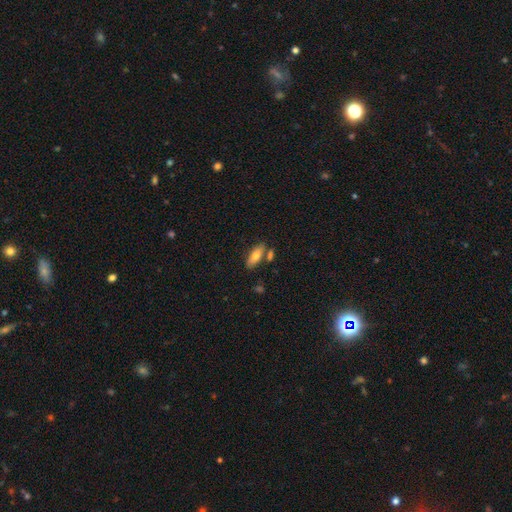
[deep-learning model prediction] Smooth or featured: smooth — 72% (featured or disk — 21%)
How rounded: in between — 73% (cigar-shaped — 24%)
Merging: none — 70% (merger — 13%)